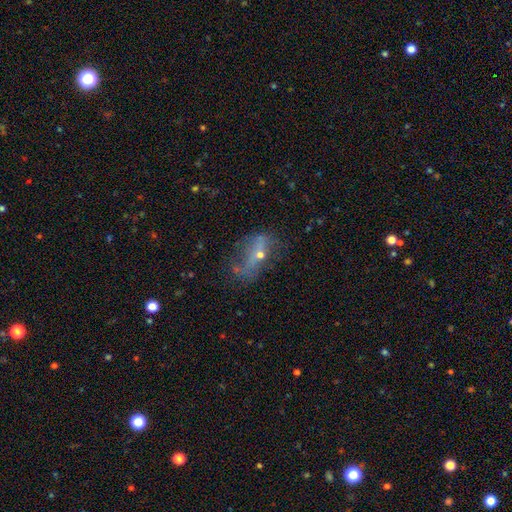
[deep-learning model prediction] This appears to be a featured or disk galaxy (60%) with no bar (57%), no spiral arms (51%) and a small central bulge (61%). Merging: none (48%).